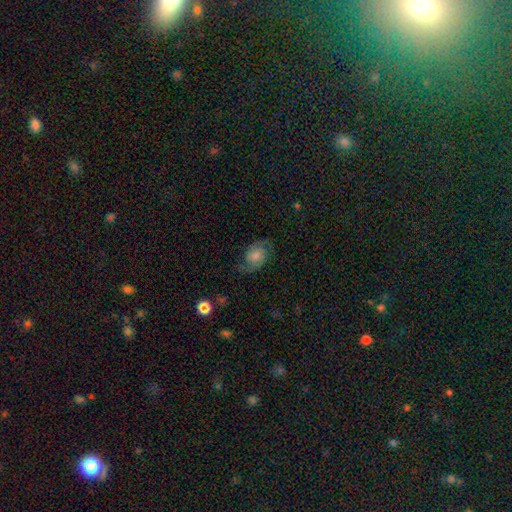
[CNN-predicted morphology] This appears to be a featured or disk galaxy (61%) with no bar (69%), 2 (89%) medium (46%) spiral arms (92%) and a moderate central bulge (36%). Merging: none (70%).